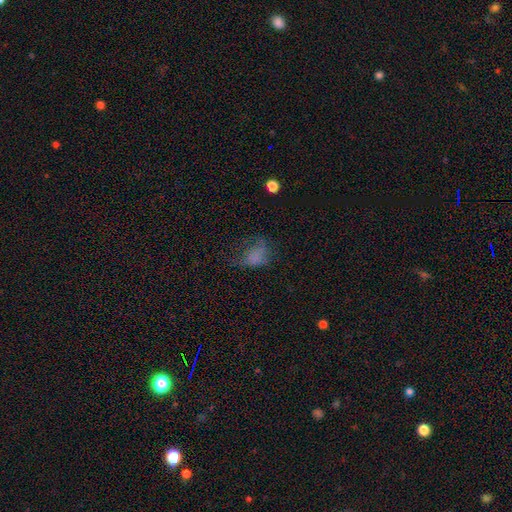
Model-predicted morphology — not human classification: Overall: smooth (63%). How rounded: in between (76%). Merging: major disturbance (38%; none 34%).